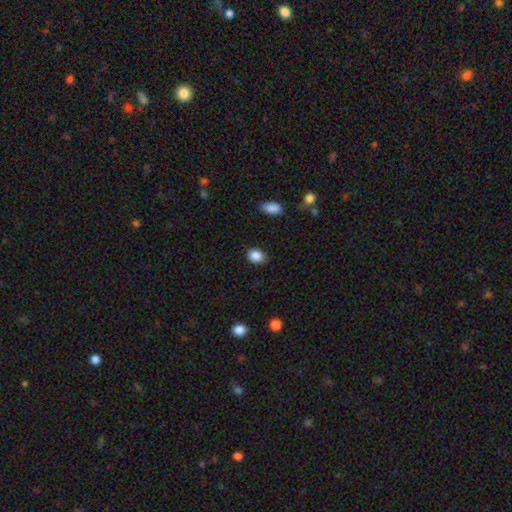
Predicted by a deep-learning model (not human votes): Smooth or featured? Predicted: smooth (p=0.87). How rounded? Predicted: in between (p=0.53). Merging? Predicted: none (p=0.83).